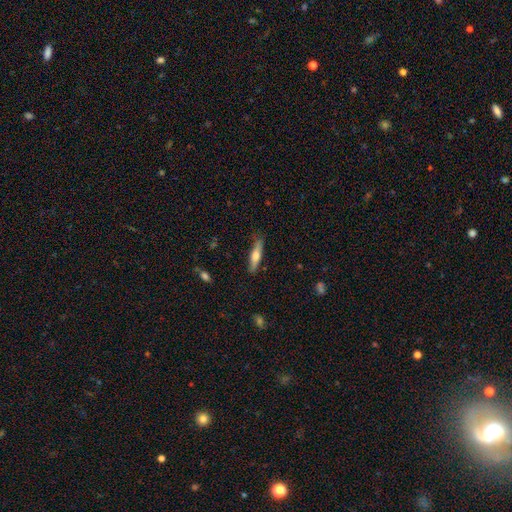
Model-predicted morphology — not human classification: Smooth or featured? Predicted: smooth (p=0.56). How rounded? Predicted: cigar-shaped (p=0.79). Merging? Predicted: none (p=0.83).